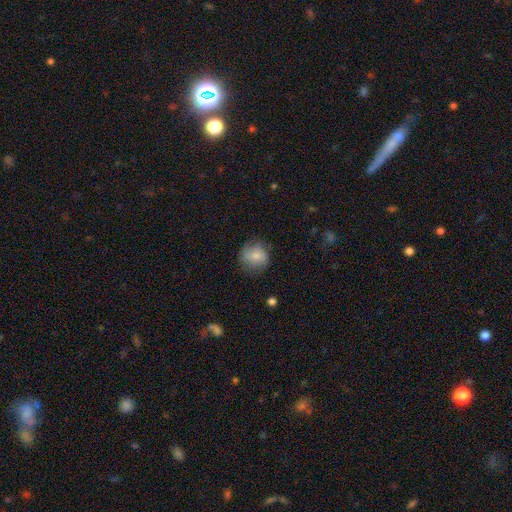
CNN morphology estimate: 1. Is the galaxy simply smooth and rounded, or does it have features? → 72% smooth, 20% featured or disk, 8% star or artifact.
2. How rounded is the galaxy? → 84% round, 15% in between, 1% cigar-shaped.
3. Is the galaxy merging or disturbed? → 71% none, 21% minor disturbance, 7% major disturbance, 1% merger.